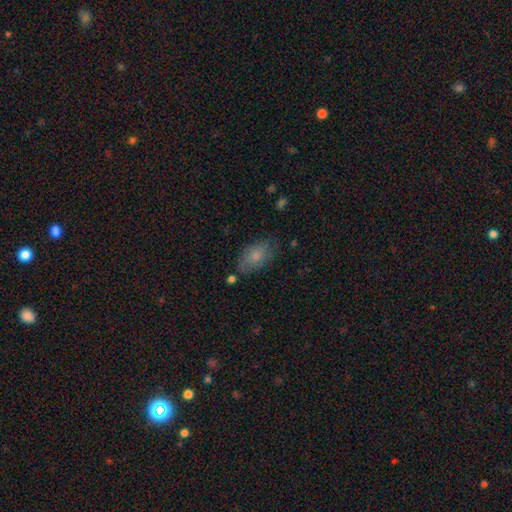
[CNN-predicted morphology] type=smooth (77%); roundness=in between (91%); merging=none (72%).